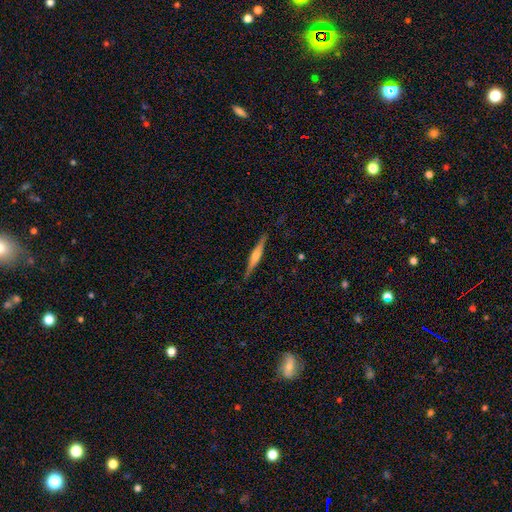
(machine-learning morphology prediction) Q: Smooth or featured?
A: featured or disk (64%); runner-up: smooth (30%)
Q: Edge-on disk?
A: yes (98%); runner-up: no (2%)
Q: Edge-on bulge?
A: rounded (62%); runner-up: boxy (26%)
Q: Merging?
A: none (88%); runner-up: minor disturbance (9%)